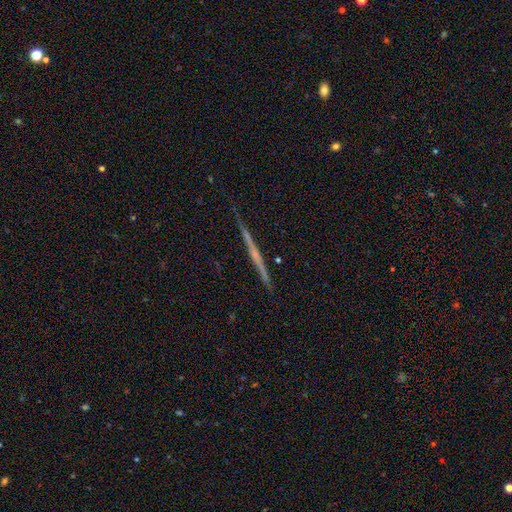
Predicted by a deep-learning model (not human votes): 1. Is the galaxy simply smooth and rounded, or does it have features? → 73% featured or disk, 20% smooth, 7% star or artifact.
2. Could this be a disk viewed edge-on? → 98% yes, 2% no.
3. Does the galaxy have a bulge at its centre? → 63% none, 31% rounded, 7% boxy.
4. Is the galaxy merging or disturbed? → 88% none, 9% minor disturbance, 2% major disturbance, 2% merger.